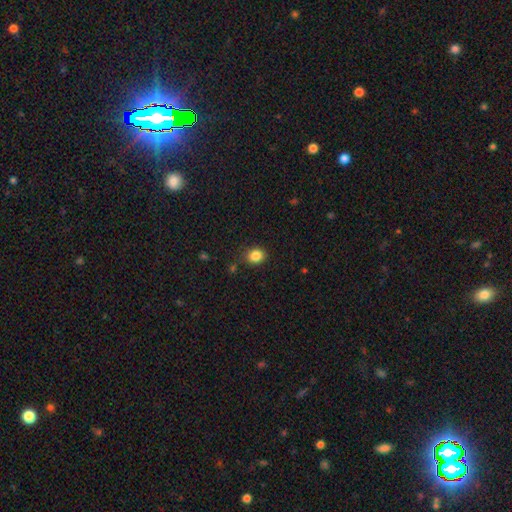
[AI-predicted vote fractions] The model was most divided on "how rounded": round: 65%, in between: 34%, cigar-shaped: 1%. More confident: smooth or featured — smooth (85%); merging — none (84%).